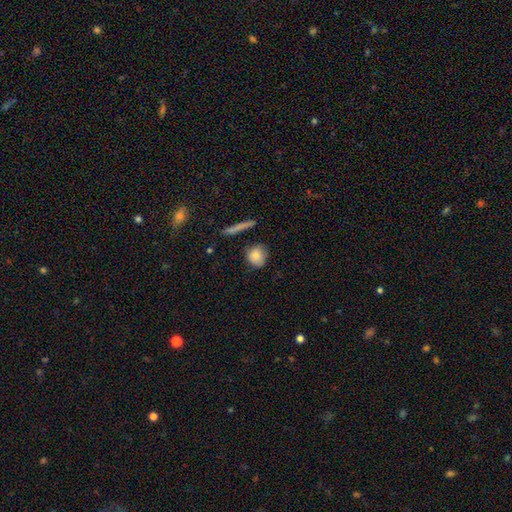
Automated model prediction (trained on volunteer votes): smooth 82%, featured or disk 10%, star or artifact 8%. Down the decision tree: how rounded — round (73%); merging — none (71%).